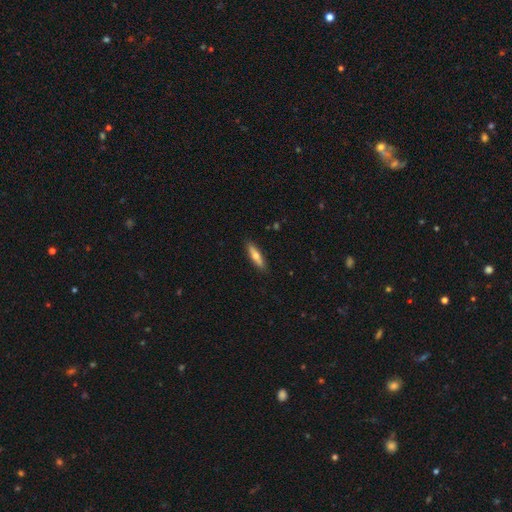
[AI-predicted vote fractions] Smooth or featured? smooth (56%)
How rounded? cigar-shaped (71%)
Merging? none (88%)